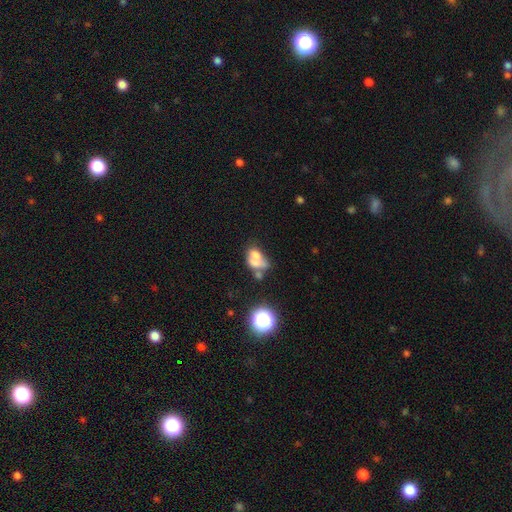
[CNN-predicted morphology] Overall: smooth (50%; featured or disk 35%). How rounded: in between (71%). Merging: merger (52%; none 20%).